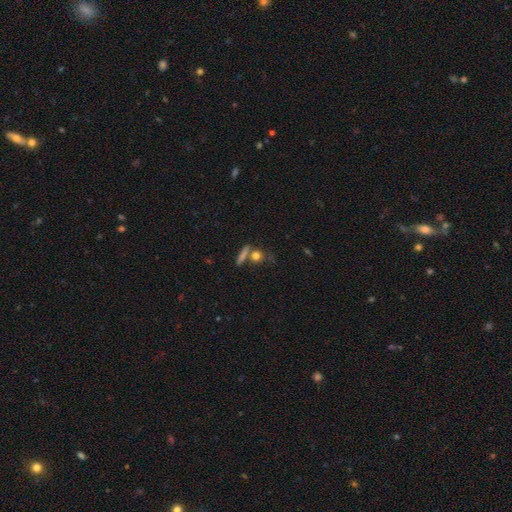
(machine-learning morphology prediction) This appears to be a smooth galaxy with no disk features (70%) that is round (65%). Merging: none (64%).